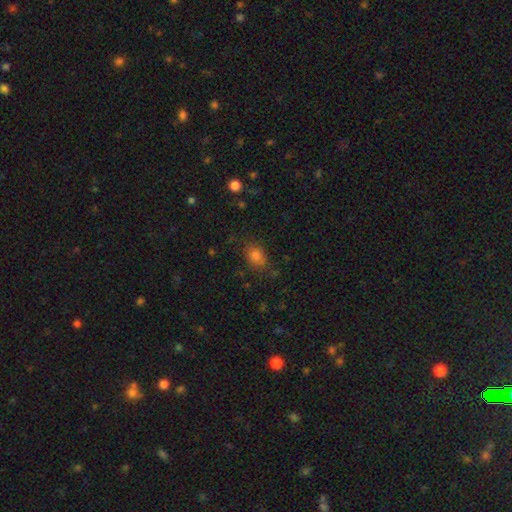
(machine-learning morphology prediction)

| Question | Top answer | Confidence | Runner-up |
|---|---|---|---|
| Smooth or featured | smooth | 79% | star or artifact (14%) |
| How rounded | in between | 65% | round (34%) |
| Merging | none | 77% | minor disturbance (16%) |